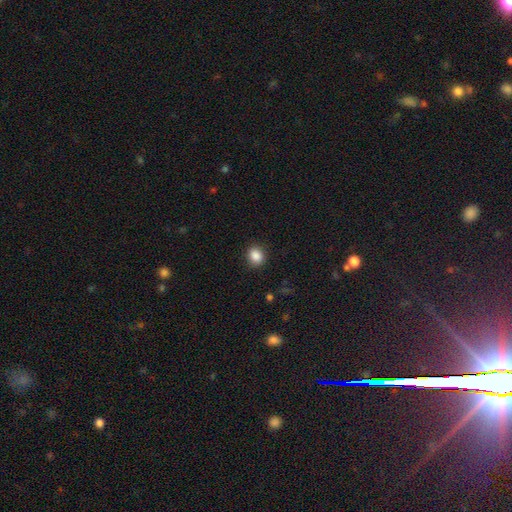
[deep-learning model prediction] Morphology: type=smooth (87%); roundness=round (62%); merging=none (88%).